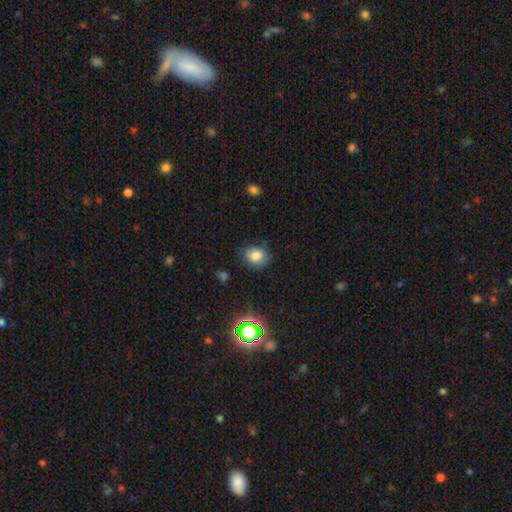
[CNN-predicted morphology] Smooth or featured: smooth — 79% (star or artifact — 13%)
How rounded: in between — 53% (round — 46%)
Merging: none — 74% (minor disturbance — 20%)